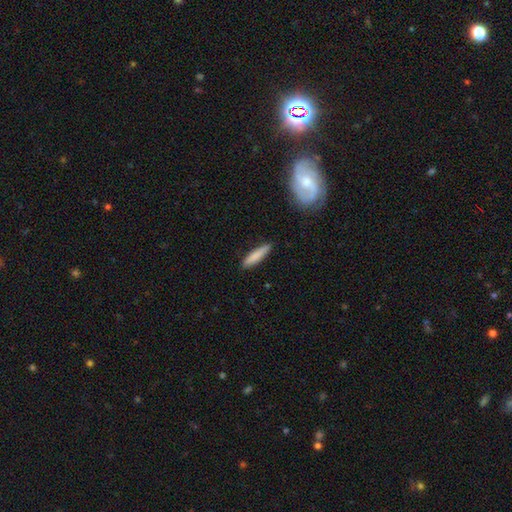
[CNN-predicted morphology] A smooth galaxy with no disk features (81%) that is cigar-shaped (83%). Merging: none (86%).